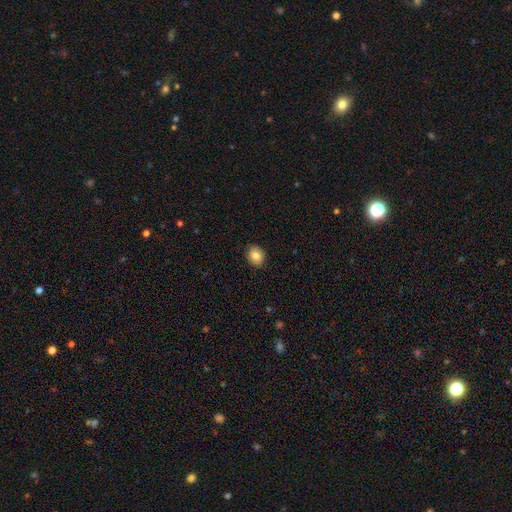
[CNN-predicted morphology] Smooth or featured: smooth — 84% (star or artifact — 9%)
How rounded: round — 58% (in between — 41%)
Merging: none — 89% (minor disturbance — 8%)